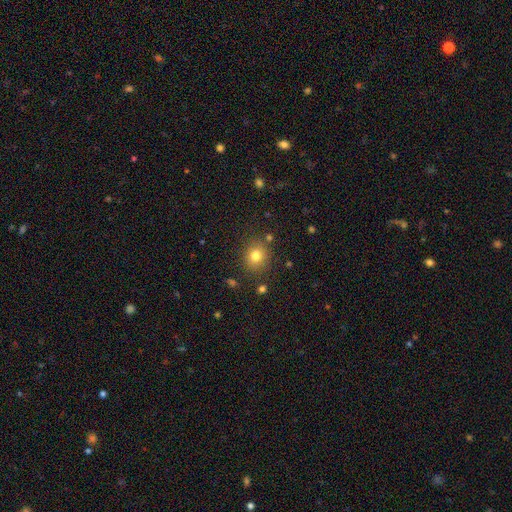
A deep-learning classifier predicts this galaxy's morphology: A smooth galaxy with no disk features (79%) that is round (82%).

Vote fractions:
- Smooth or featured? smooth: 79% / star or artifact: 13% / featured or disk: 8%
- How rounded? round: 82% / in between: 17% / cigar-shaped: 1%
- Merging? none: 84% / minor disturbance: 9% / merger: 3% / major disturbance: 3%